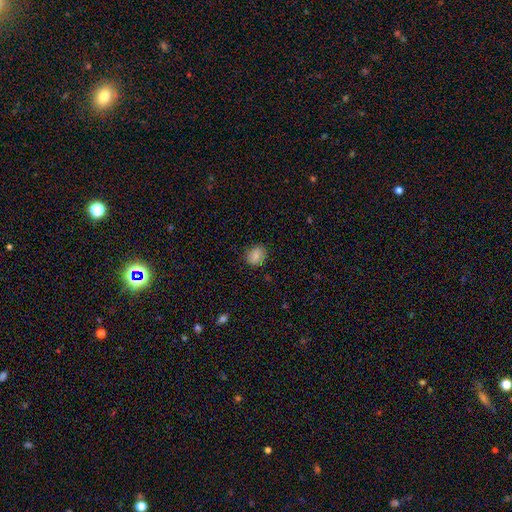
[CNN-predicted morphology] Smooth or featured? Predicted: smooth (p=0.84). How rounded? Predicted: round (p=0.59). Merging? Predicted: none (p=0.85).